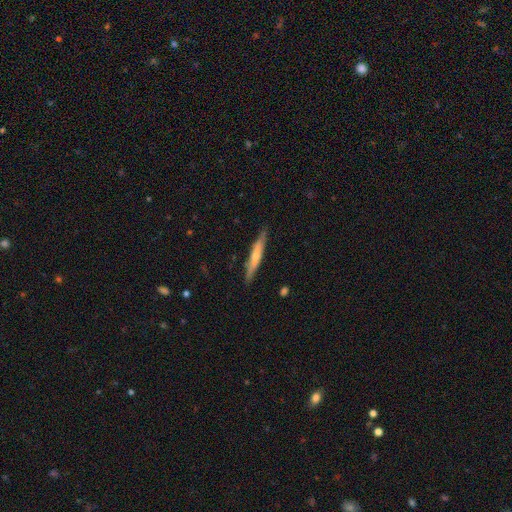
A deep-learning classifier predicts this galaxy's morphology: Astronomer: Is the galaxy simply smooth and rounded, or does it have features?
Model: smooth — 51% (runner-up: featured or disk, 44%).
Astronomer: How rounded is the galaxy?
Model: cigar-shaped — 94%.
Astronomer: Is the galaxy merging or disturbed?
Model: none — 86%.